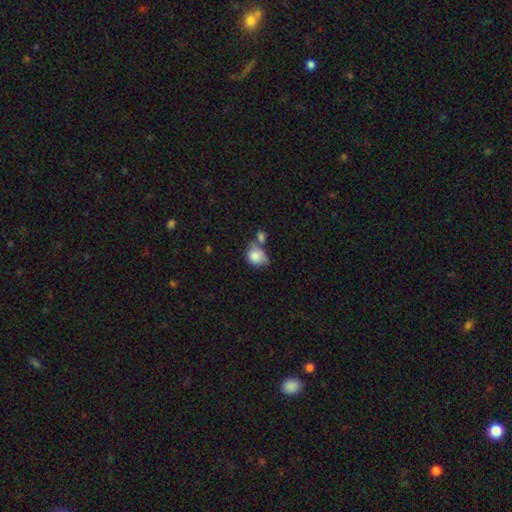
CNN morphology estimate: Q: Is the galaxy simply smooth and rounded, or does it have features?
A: smooth — 80%.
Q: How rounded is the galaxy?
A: in between — 51%.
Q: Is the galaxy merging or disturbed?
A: merger — 43%.